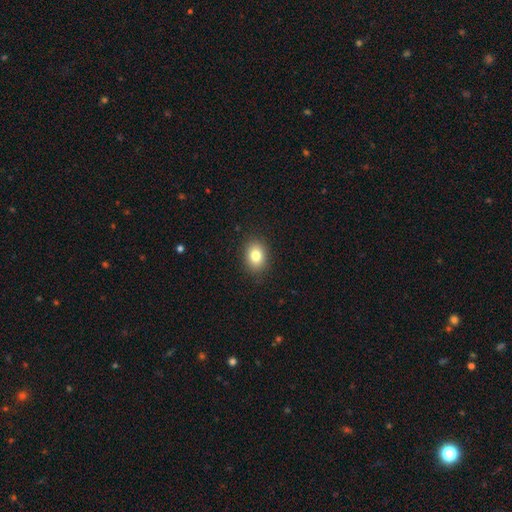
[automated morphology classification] A smooth galaxy with no disk features (81%) that is in between round and cigar-shaped (61%).

Vote fractions:
- Smooth or featured? smooth: 81% / star or artifact: 10% / featured or disk: 9%
- How rounded? in between: 61% / round: 38% / cigar-shaped: 1%
- Merging? none: 88% / minor disturbance: 8% / major disturbance: 2% / merger: 1%